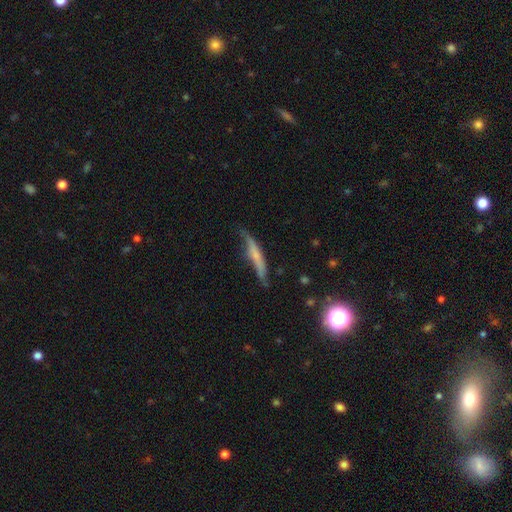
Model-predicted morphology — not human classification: Smooth or featured: smooth — 46% (tied with featured or disk — 46%)
Merging: none — 59% (minor disturbance — 30%)